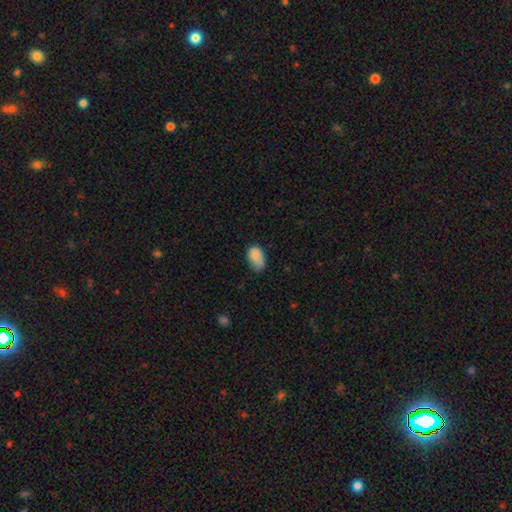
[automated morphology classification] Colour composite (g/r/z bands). It shows a smooth galaxy with no disk features (84%) that is in between round and cigar-shaped (88%). Merging: none (47%).